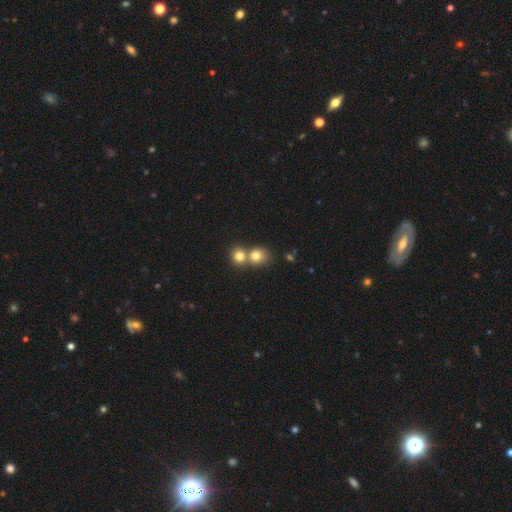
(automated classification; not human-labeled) Smooth or featured?
  - smooth: 77% *
  - star or artifact: 13%
  - featured or disk: 11%
How rounded?
  - round: 74% *
  - in between: 25%
  - cigar-shaped: 1%
Merging?
  - merger: 55% *
  - none: 37%
  - minor disturbance: 6%
  - major disturbance: 3%